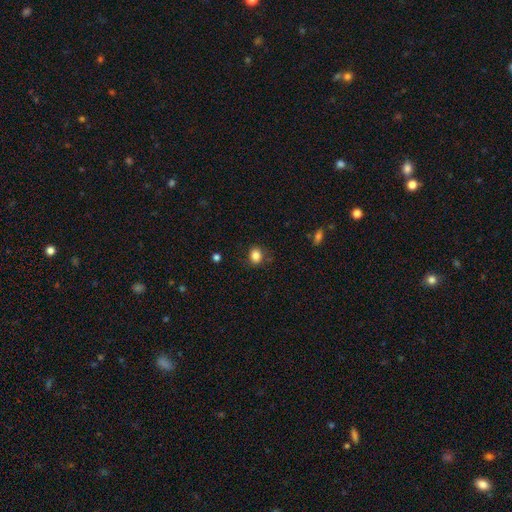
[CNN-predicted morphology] The model was most divided on "how rounded": round: 59%, in between: 40%, cigar-shaped: 1%. More confident: smooth or featured — smooth (84%); merging — none (80%).